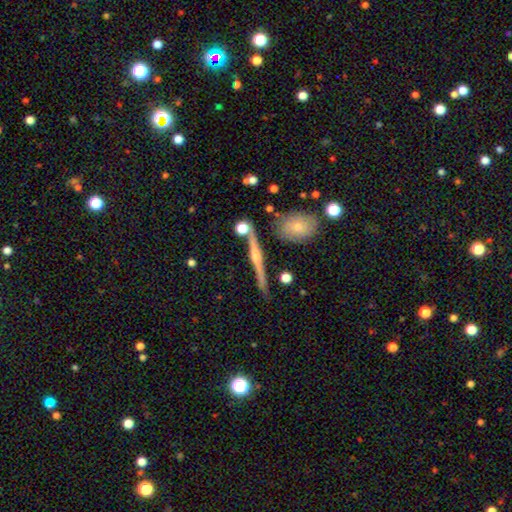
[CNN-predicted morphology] smooth_or_featured: featured or disk (p=0.75) [alt: smooth p=0.18]
disk_edge_on: yes (p=0.97) [alt: no p=0.03]
edge_on_bulge: rounded (p=0.86) [alt: none p=0.08]
merging: none (p=0.80) [alt: minor disturbance p=0.11]